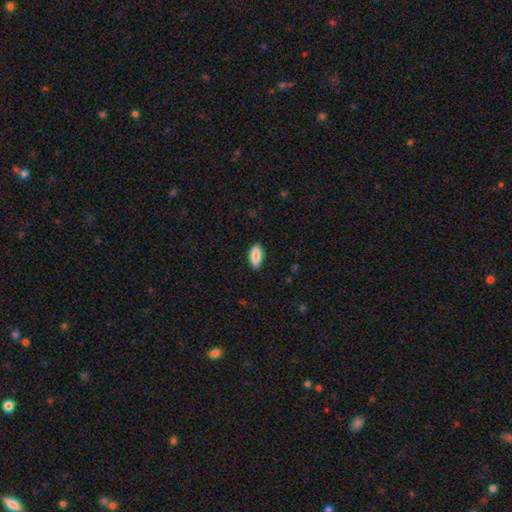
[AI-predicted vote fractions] Smooth or featured? Predicted: smooth (p=0.84). How rounded? Predicted: in between (p=0.76). Merging? Predicted: none (p=0.87).